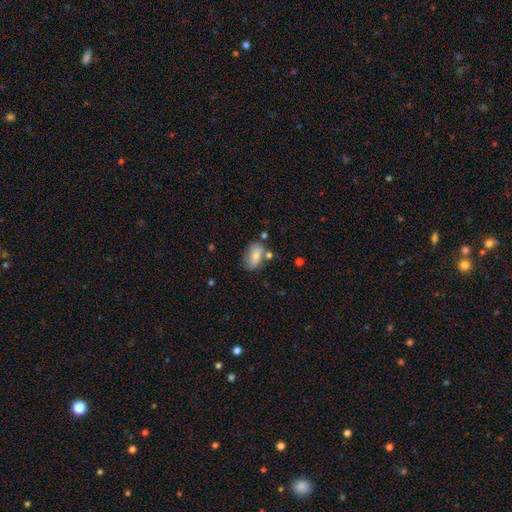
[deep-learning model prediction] Smooth or featured? smooth (73%)
How rounded? in between (85%)
Merging? none (63%)